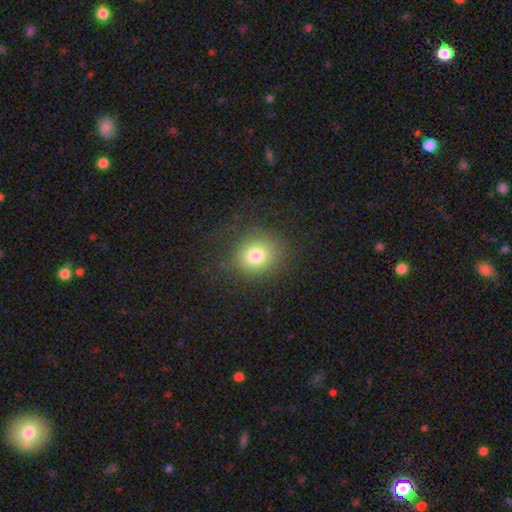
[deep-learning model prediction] Smooth or featured? Predicted: smooth (p=0.78). How rounded? Predicted: round (p=0.76). Merging? Predicted: none (p=0.84).